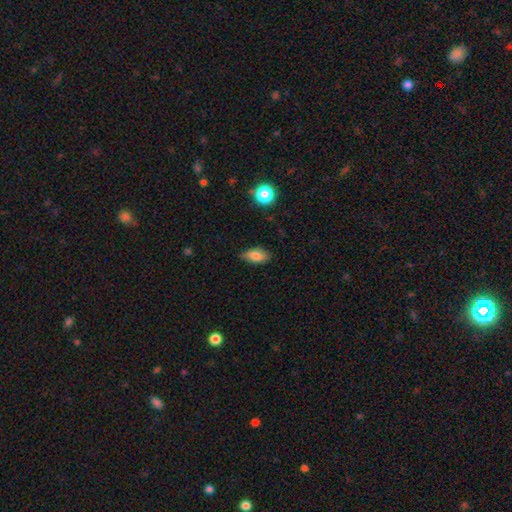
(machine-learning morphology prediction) Q: Smooth or featured?
A: smooth (79%); runner-up: featured or disk (12%)
Q: How rounded?
A: in between (87%); runner-up: cigar-shaped (8%)
Q: Merging?
A: none (82%); runner-up: minor disturbance (14%)